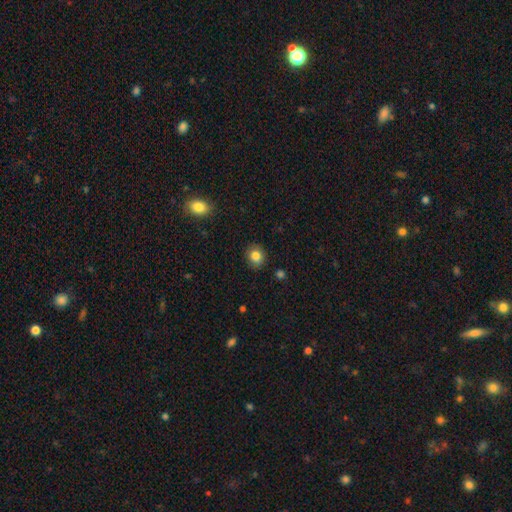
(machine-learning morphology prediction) Smooth or featured? smooth (83%)
How rounded? round (71%)
Merging? none (88%)